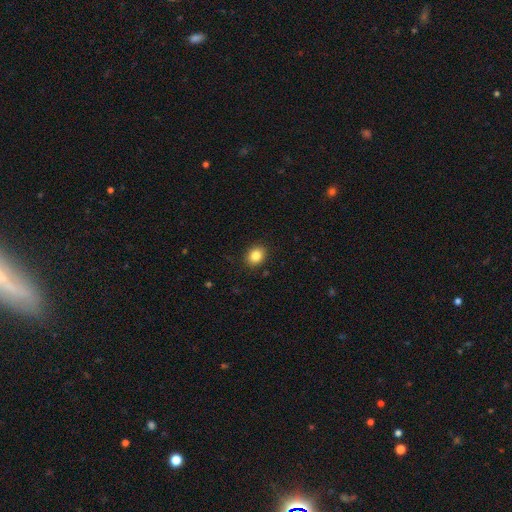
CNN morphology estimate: Q: Smooth or featured?
A: smooth (84%); runner-up: star or artifact (10%)
Q: How rounded?
A: round (58%); runner-up: in between (41%)
Q: Merging?
A: none (90%); runner-up: minor disturbance (7%)